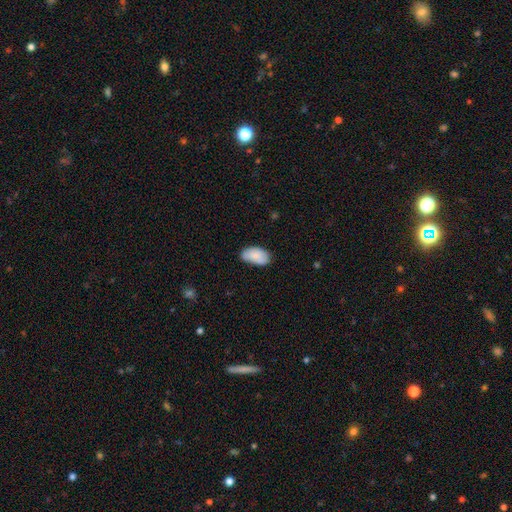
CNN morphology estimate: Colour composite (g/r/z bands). It shows a smooth galaxy with no disk features (85%) that is in between round and cigar-shaped (95%). Merging: none (63%).